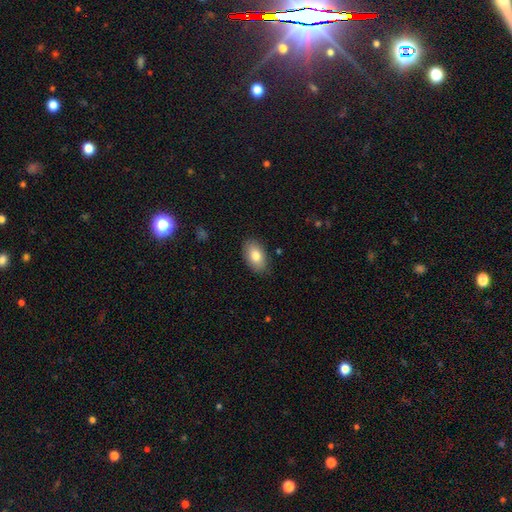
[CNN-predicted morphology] Smooth or featured? smooth (80%)
How rounded? in between (92%)
Merging? none (85%)